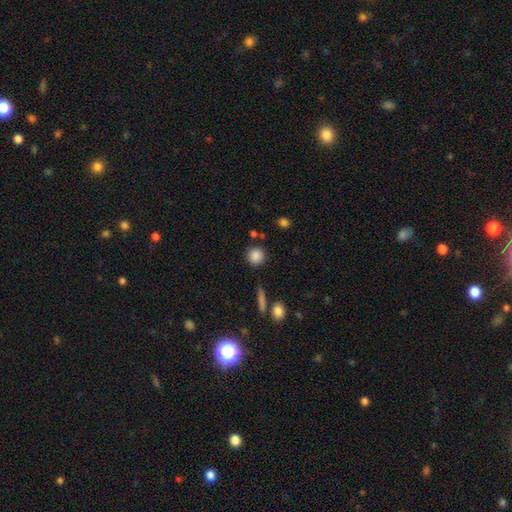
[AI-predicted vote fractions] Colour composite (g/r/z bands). It shows a smooth galaxy with no disk features (87%) that is round (92%). Merging: none (85%).